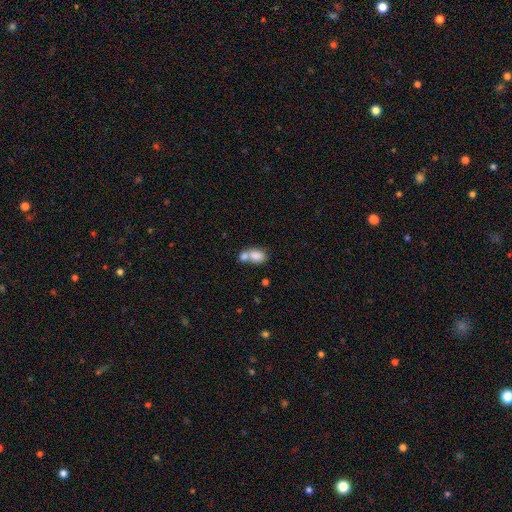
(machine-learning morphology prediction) Q: Smooth or featured?
A: smooth (80%); runner-up: featured or disk (11%)
Q: How rounded?
A: in between (75%); runner-up: round (24%)
Q: Merging?
A: merger (64%); runner-up: none (24%)